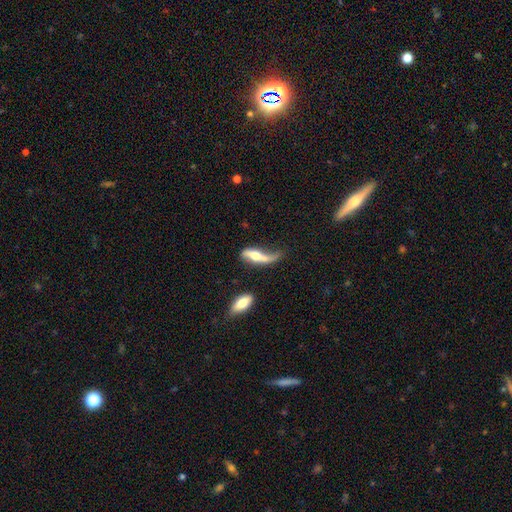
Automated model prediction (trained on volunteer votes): smooth-or-featured: featured or disk: 56% | smooth: 37% | star or artifact: 7%
  disk-edge-on: no: 61% | yes: 39%
  merging: major disturbance: 32% | none: 29% | minor disturbance: 26% | merger: 13%